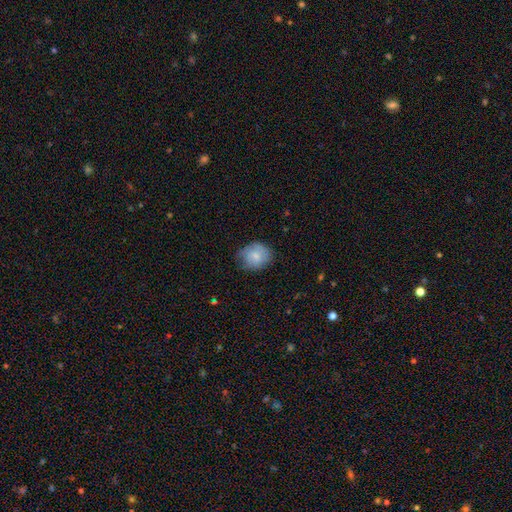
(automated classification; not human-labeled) Smooth or featured?
  - smooth: 72% *
  - featured or disk: 21%
  - star or artifact: 7%
How rounded?
  - round: 65% *
  - in between: 34%
  - cigar-shaped: 1%
Merging?
  - none: 61% *
  - minor disturbance: 30%
  - major disturbance: 8%
  - merger: 1%